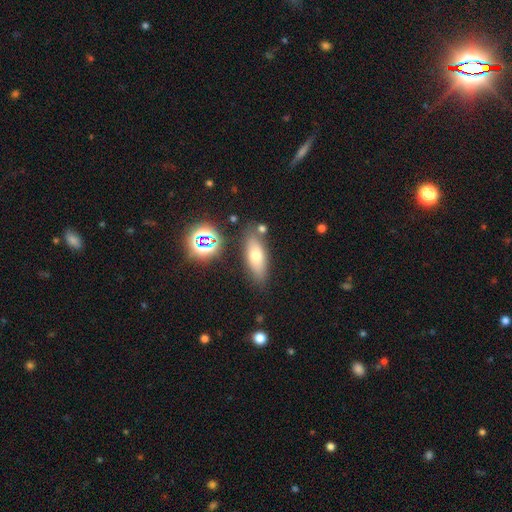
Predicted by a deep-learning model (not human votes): This appears to be a smooth galaxy with no disk features (62%) that is in between round and cigar-shaped (64%). Merging: none (79%).